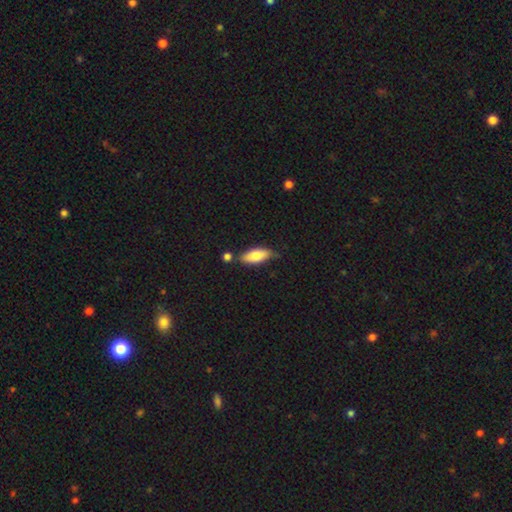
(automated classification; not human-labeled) smooth 77%, featured or disk 16%, star or artifact 6%. Down the decision tree: how rounded — in between (74%); merging — none (70%).